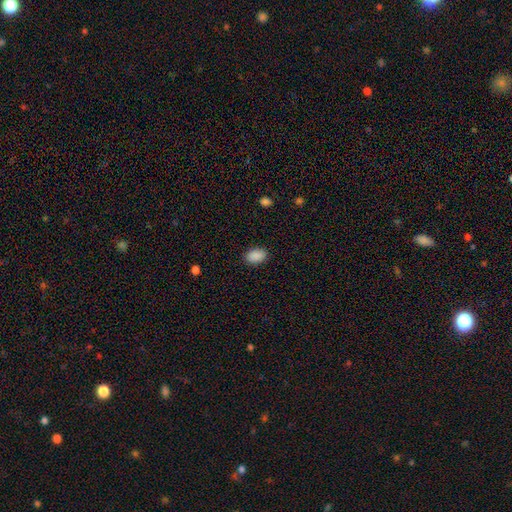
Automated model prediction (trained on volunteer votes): The model was most divided on "merging": none: 88%, minor disturbance: 8%, major disturbance: 2%, merger: 1%. More confident: smooth or featured — smooth (90%); how rounded — in between (90%).